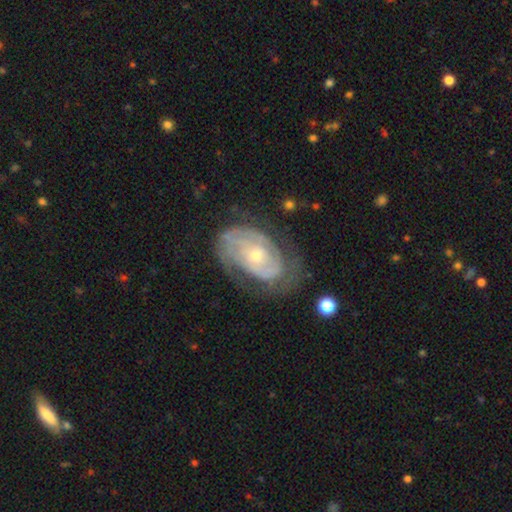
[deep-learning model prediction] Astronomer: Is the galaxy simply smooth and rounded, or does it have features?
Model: featured or disk — 81%.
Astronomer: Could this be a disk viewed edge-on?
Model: no — 96%.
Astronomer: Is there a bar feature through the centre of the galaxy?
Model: no — 75%.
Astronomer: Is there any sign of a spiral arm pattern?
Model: yes — 88%.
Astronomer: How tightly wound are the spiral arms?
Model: tight — 68%.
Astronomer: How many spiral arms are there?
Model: can't tell — 43% (runner-up: 2, 33%).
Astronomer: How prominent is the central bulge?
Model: small — 60% (runner-up: moderate, 36%).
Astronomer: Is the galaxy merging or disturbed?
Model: none — 59%.